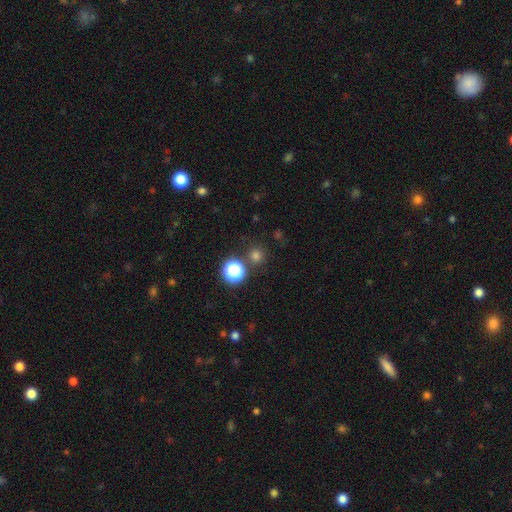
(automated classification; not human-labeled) This is likely a smooth galaxy (70%). How rounded: clearly round (93%). Merging: clearly none (82%).